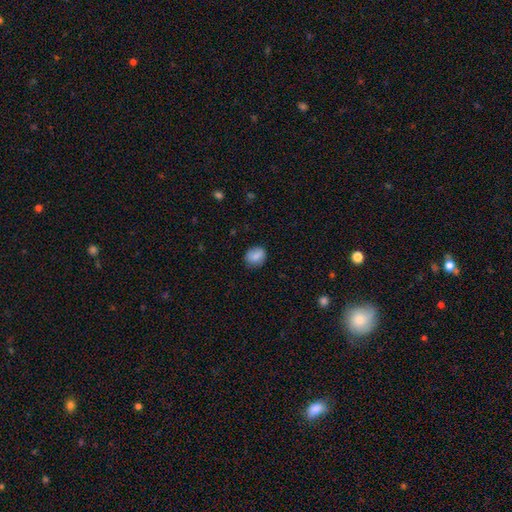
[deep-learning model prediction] smooth 83%, featured or disk 9%, star or artifact 8%. Down the decision tree: how rounded — round (54%); merging — none (81%).